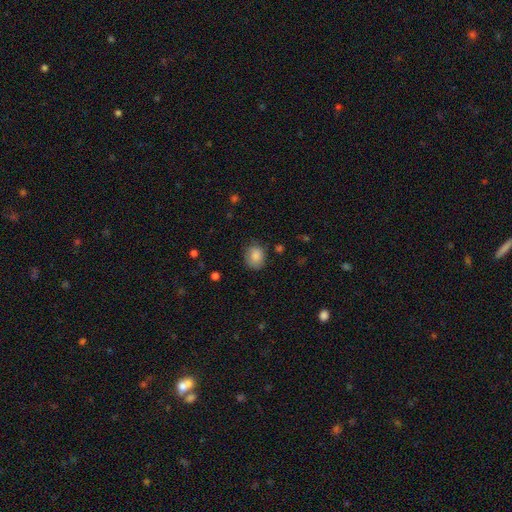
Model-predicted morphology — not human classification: smooth_or_featured: smooth (p=0.85) [alt: star or artifact p=0.08]
how_rounded: round (p=0.55) [alt: in between p=0.44]
merging: none (p=0.74) [alt: minor disturbance p=0.20]